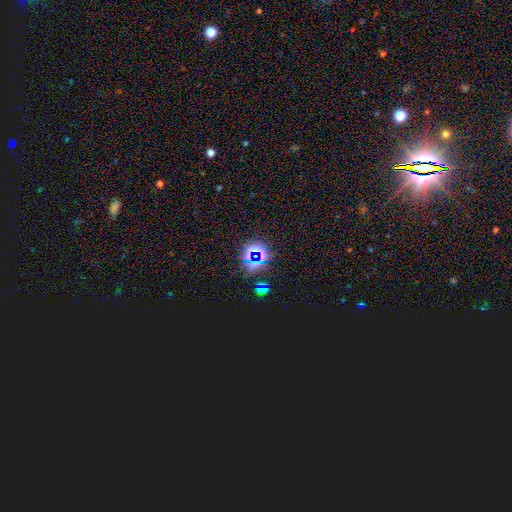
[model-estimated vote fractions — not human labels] Morphology: type=star or artifact (79%).